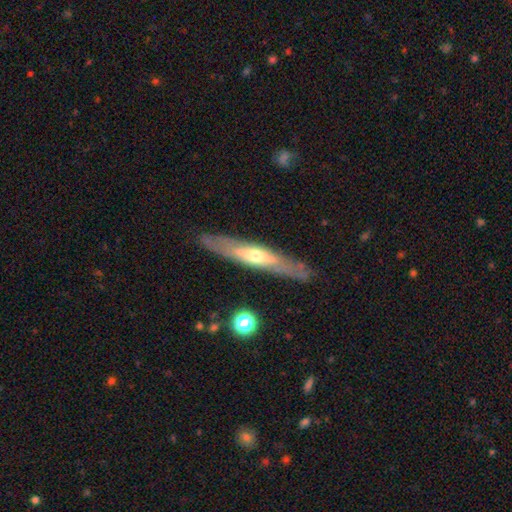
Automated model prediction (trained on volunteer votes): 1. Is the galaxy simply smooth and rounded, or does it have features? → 65% featured or disk, 29% smooth, 6% star or artifact.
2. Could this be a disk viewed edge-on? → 76% yes, 24% no.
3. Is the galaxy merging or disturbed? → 84% none, 12% minor disturbance, 3% major disturbance, 2% merger.